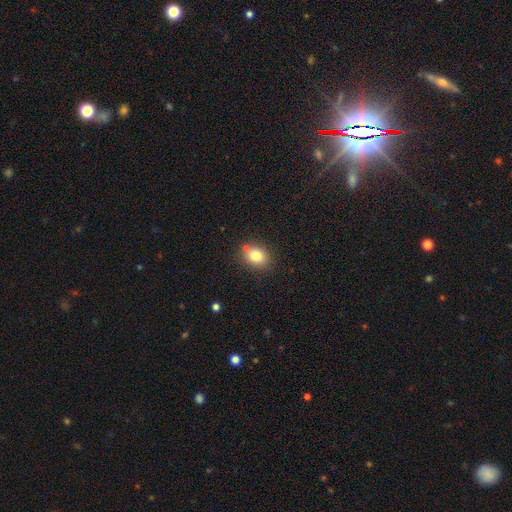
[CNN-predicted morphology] type=smooth (79%); roundness=round (53%); merging=none (76%).